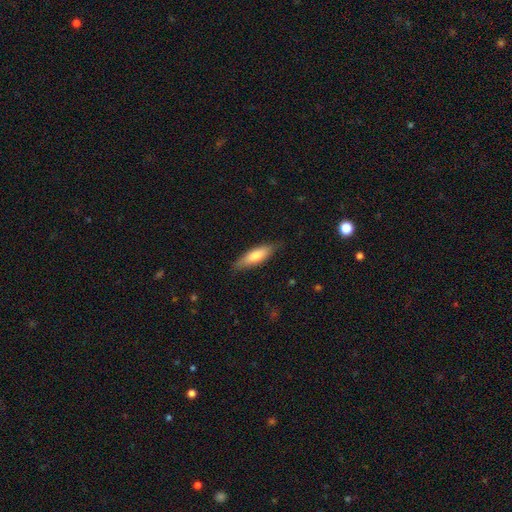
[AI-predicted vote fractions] Smooth or featured? smooth (72%)
How rounded? cigar-shaped (53%)
Merging? none (81%)